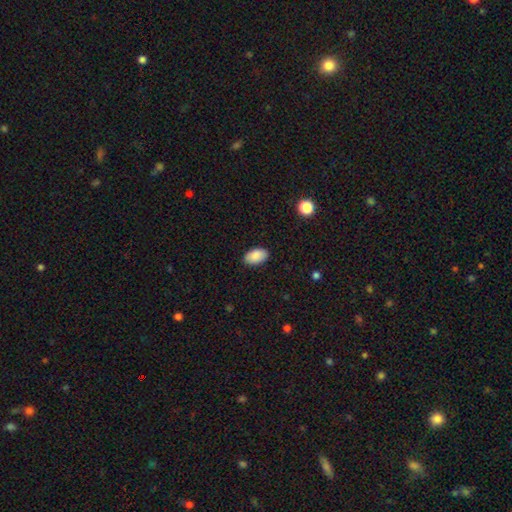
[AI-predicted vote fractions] A smooth galaxy with no disk features (90%) that is in between round and cigar-shaped (94%).

Vote fractions:
- Smooth or featured? smooth: 90% / star or artifact: 7% / featured or disk: 4%
- How rounded? in between: 94% / round: 5% / cigar-shaped: 1%
- Merging? none: 88% / minor disturbance: 9% / major disturbance: 2% / merger: 1%